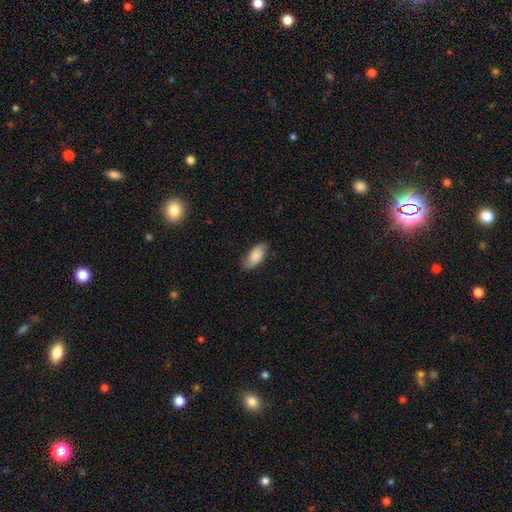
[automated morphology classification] A smooth galaxy with no disk features (76%) that is in between round and cigar-shaped (90%).

Vote fractions:
- Smooth or featured? smooth: 76% / featured or disk: 18% / star or artifact: 7%
- How rounded? in between: 90% / cigar-shaped: 7% / round: 3%
- Merging? none: 77% / minor disturbance: 18% / major disturbance: 4% / merger: 1%